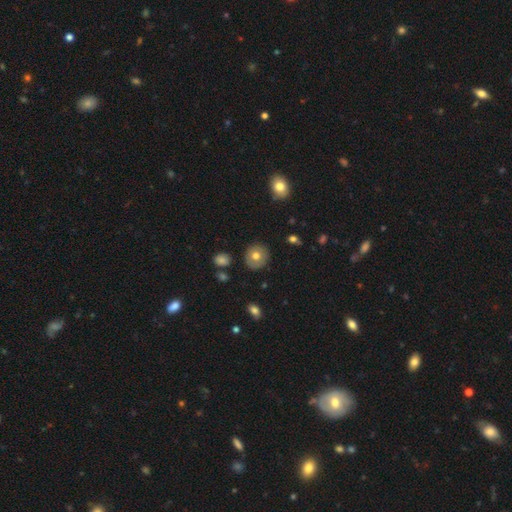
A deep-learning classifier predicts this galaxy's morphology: Smooth or featured: smooth — 71% (featured or disk — 20%)
How rounded: round — 88% (in between — 11%)
Merging: none — 88% (minor disturbance — 9%)